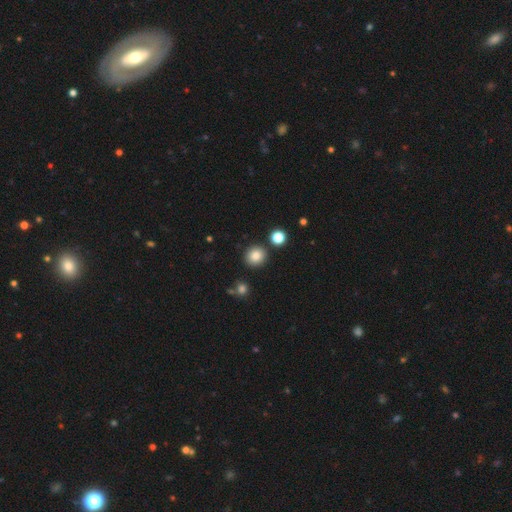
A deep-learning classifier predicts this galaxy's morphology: A smooth galaxy with no disk features (85%) that is round (86%). Merging: none (86%).